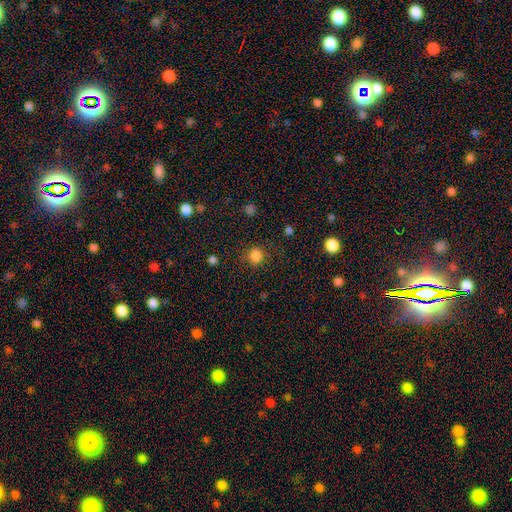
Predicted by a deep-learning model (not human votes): Morphology: type=smooth (83%); roundness=round (84%); merging=none (81%).